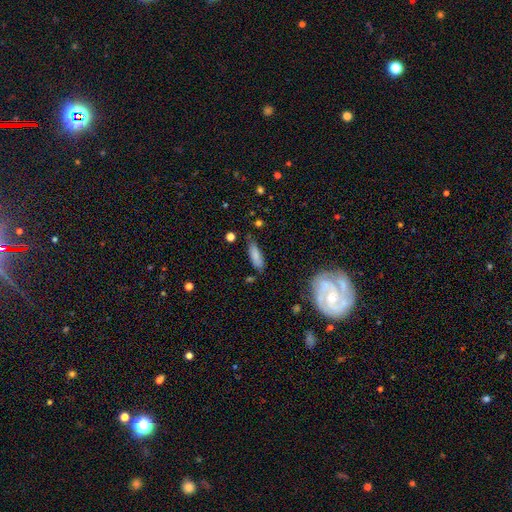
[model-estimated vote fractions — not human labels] smooth-or-featured: smooth: 82% | featured or disk: 11% | star or artifact: 8%
  how-rounded: in between: 54% | cigar-shaped: 44% | round: 2%
  merging: none: 70% | minor disturbance: 22% | major disturbance: 5% | merger: 3%